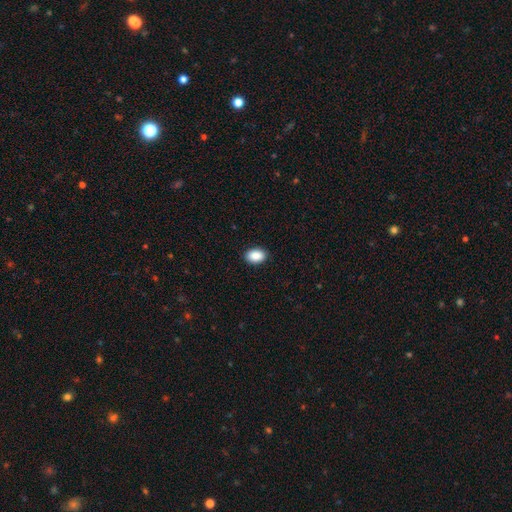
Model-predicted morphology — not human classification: Smooth or featured? Predicted: smooth (p=0.90). How rounded? Predicted: in between (p=0.85). Merging? Predicted: none (p=0.90).